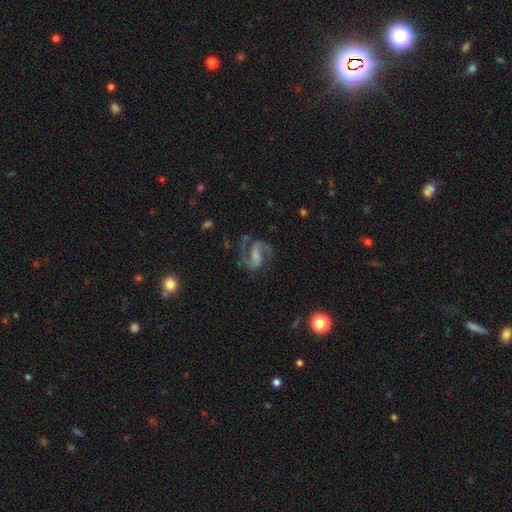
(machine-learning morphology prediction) The model was most divided on "bulge size": none: 36%, small: 32%, moderate: 23%, large: 8%, dominant: 2%. Remaining: edge-on disk — no (98%); spiral arms — yes (97%); spiral arm count — 2 (91%); smooth or featured — featured or disk (88%); merging — none (69%); spiral winding — medium (61%); bar — weak (44%).